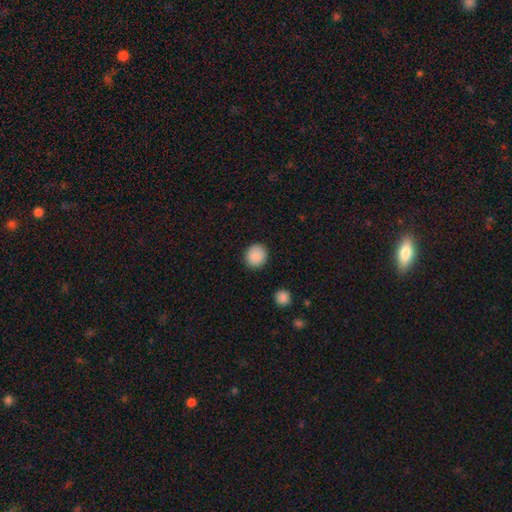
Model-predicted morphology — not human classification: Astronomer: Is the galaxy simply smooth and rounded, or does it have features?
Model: smooth — 89%.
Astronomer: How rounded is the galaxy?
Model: round — 85%.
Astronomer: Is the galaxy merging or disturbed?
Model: none — 89%.